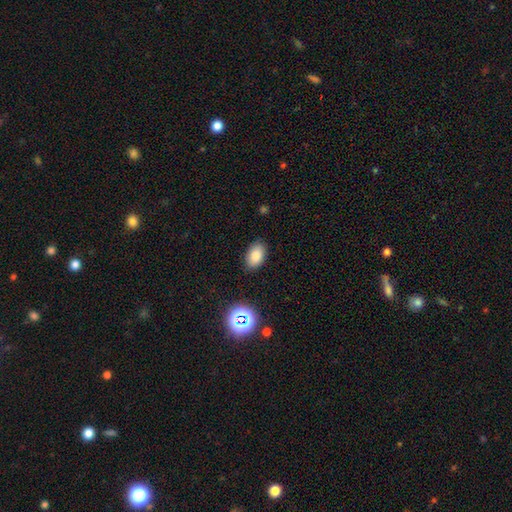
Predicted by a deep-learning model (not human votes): Smooth or featured? Predicted: smooth (p=0.84). How rounded? Predicted: in between (p=0.90). Merging? Predicted: none (p=0.84).